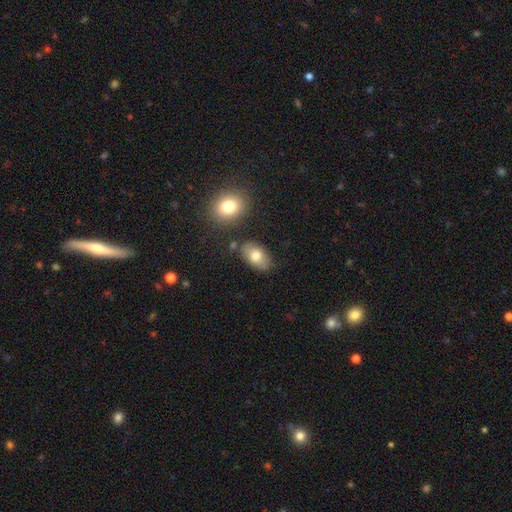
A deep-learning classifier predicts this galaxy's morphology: Smooth or featured? Predicted: smooth (p=0.79). How rounded? Predicted: in between (p=0.90). Merging? Predicted: none (p=0.76).